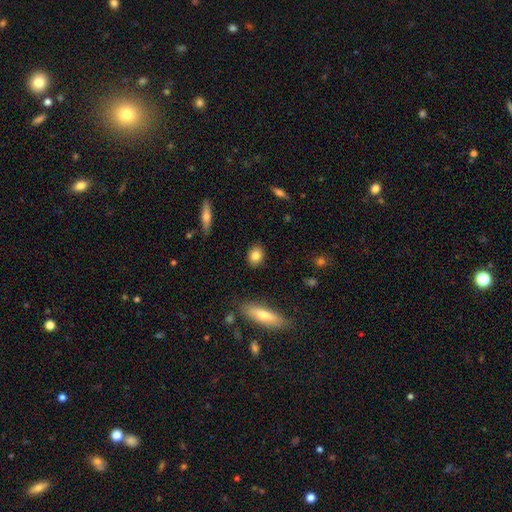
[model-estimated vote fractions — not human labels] Smooth or featured? smooth (82%)
How rounded? in between (50%)
Merging? none (88%)